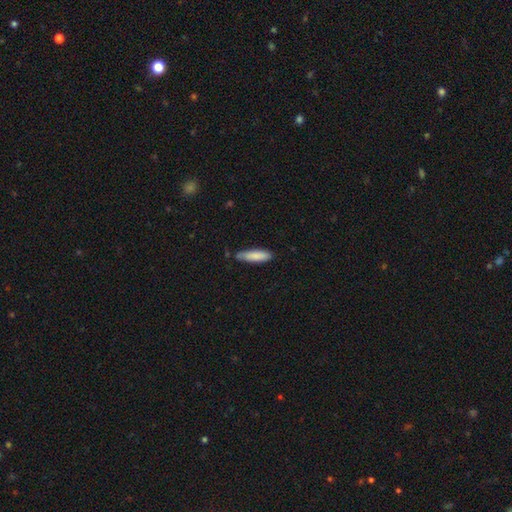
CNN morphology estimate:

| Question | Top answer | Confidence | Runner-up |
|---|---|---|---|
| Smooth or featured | smooth | 85% | featured or disk (9%) |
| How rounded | cigar-shaped | 70% | in between (29%) |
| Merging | none | 74% | minor disturbance (21%) |